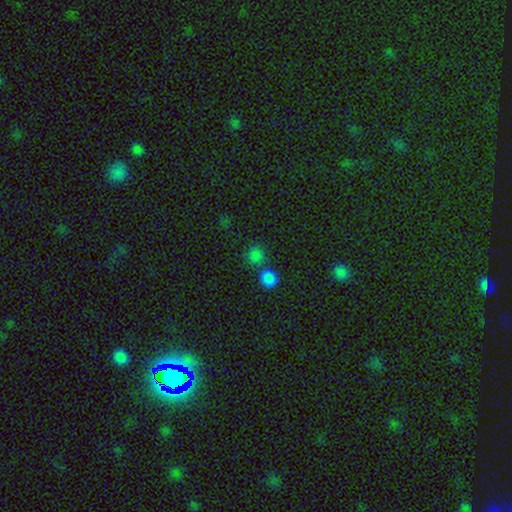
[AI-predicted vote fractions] This is likely a smooth galaxy (69%). How rounded: clearly round (83%). Merging: likely none (61%).